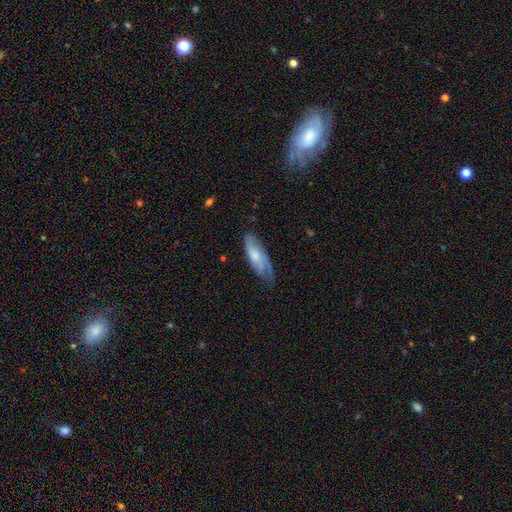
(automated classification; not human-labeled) smooth-or-featured: featured or disk: 49% | smooth: 45% | star or artifact: 6%
  merging: none: 58% | minor disturbance: 30% | major disturbance: 10% | merger: 2%